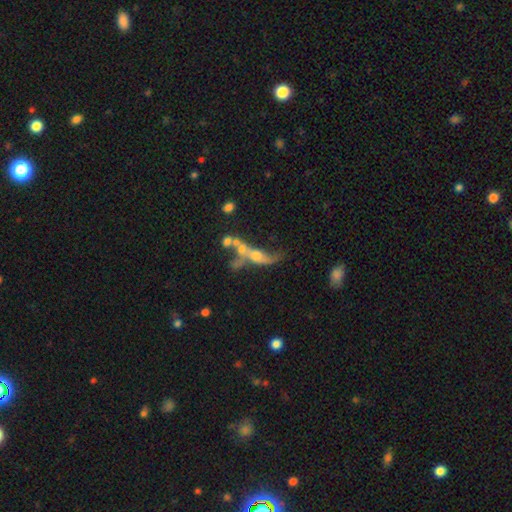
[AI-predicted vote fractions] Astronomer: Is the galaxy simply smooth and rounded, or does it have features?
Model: featured or disk — 59%.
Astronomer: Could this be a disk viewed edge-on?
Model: no — 81%.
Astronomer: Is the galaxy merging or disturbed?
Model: merger — 42% (runner-up: major disturbance, 24%).